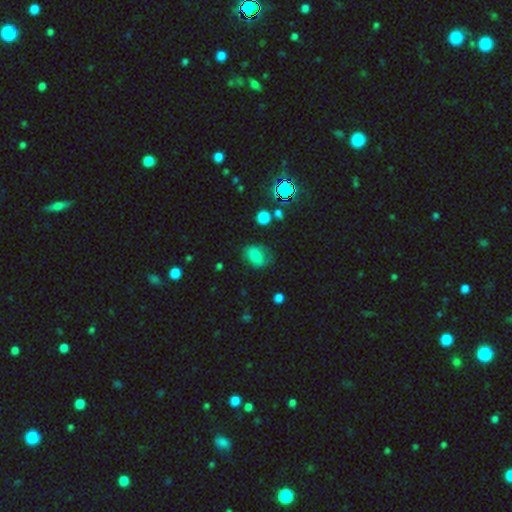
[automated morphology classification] Overall: smooth (73%). How rounded: in between (64%; round 35%). Merging: none (58%; minor disturbance 27%).